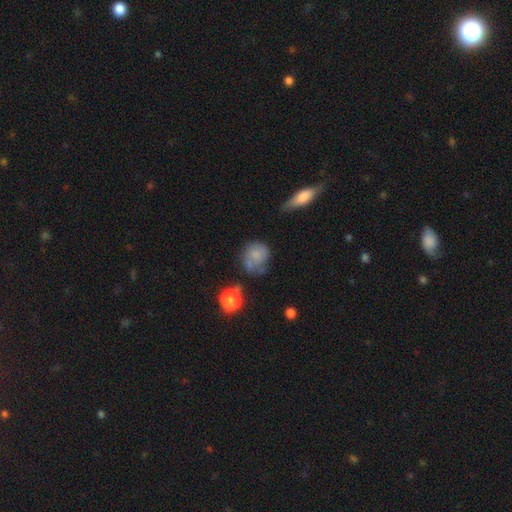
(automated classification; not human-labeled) Smooth or featured: smooth — 67% (featured or disk — 22%)
How rounded: round — 72% (in between — 26%)
Merging: none — 42% (minor disturbance — 27%)